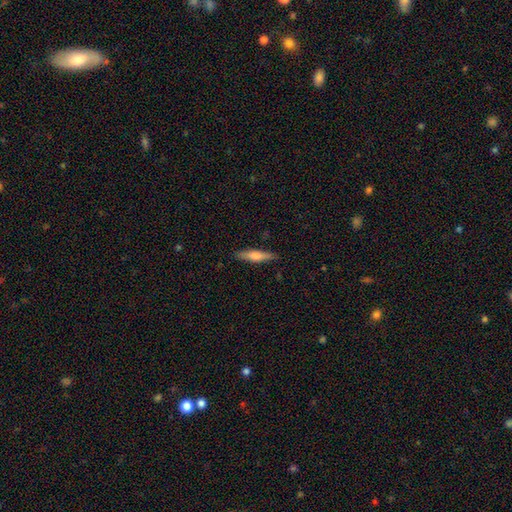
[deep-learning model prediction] Overall: smooth (64%; featured or disk 31%). How rounded: cigar-shaped (79%). Merging: none (87%).